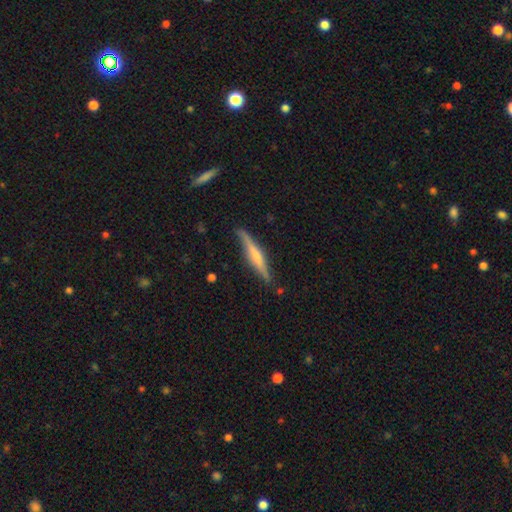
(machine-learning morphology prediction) The model was most divided on "smooth or featured": featured or disk: 61%, smooth: 33%, star or artifact: 6%. More confident: edge-on disk — yes (97%); merging — none (84%); edge-on bulge — rounded (59%).